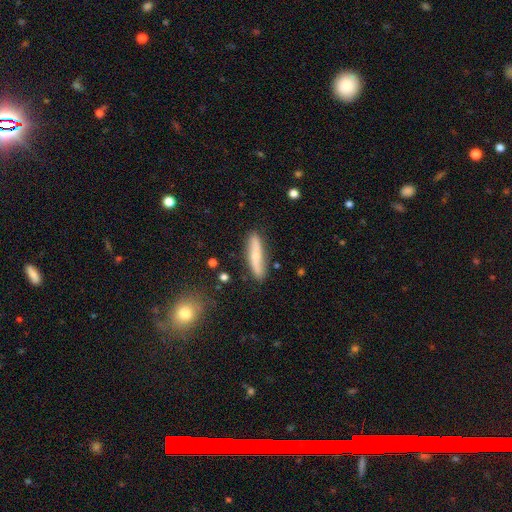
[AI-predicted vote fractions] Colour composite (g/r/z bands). It shows a smooth galaxy with no disk features (50%). Merging: none (84%).